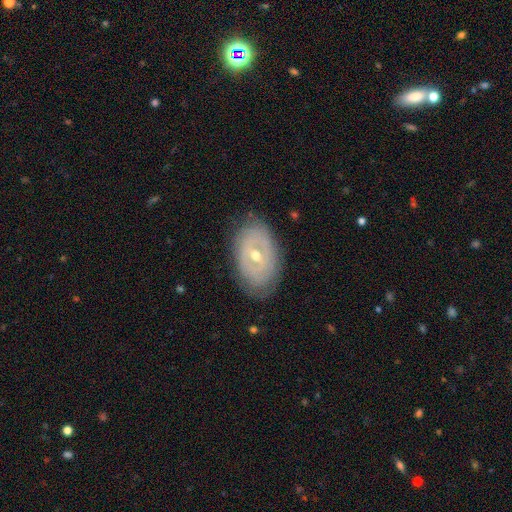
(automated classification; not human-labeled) Q: Smooth or featured?
A: featured or disk (71%); runner-up: smooth (23%)
Q: Edge-on disk?
A: no (93%); runner-up: yes (7%)
Q: Bar?
A: no (61%); runner-up: weak (28%)
Q: Spiral arms?
A: no (54%); runner-up: yes (46%)
Q: Bulge size?
A: moderate (61%); runner-up: small (36%)
Q: Merging?
A: none (77%); runner-up: minor disturbance (17%)